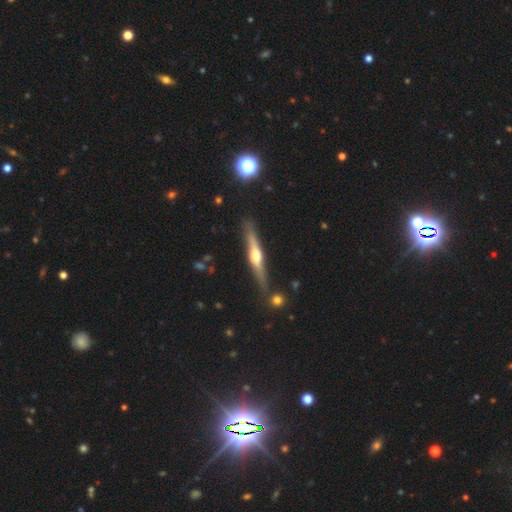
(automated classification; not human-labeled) A featured or disk galaxy (72%) viewed edge-on (97%) with a rounded central bulge (91%). Merging: none (85%).